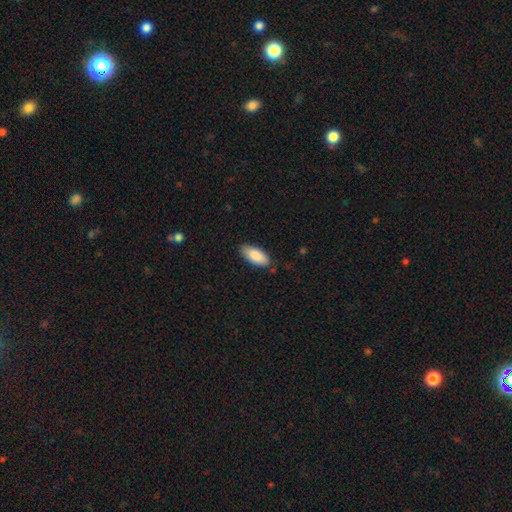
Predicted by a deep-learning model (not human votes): A smooth galaxy with no disk features (88%) that is in between round and cigar-shaped (88%).

Vote fractions:
- Smooth or featured? smooth: 88% / featured or disk: 7% / star or artifact: 6%
- How rounded? in between: 88% / cigar-shaped: 10% / round: 2%
- Merging? none: 82% / minor disturbance: 14% / major disturbance: 2% / merger: 1%